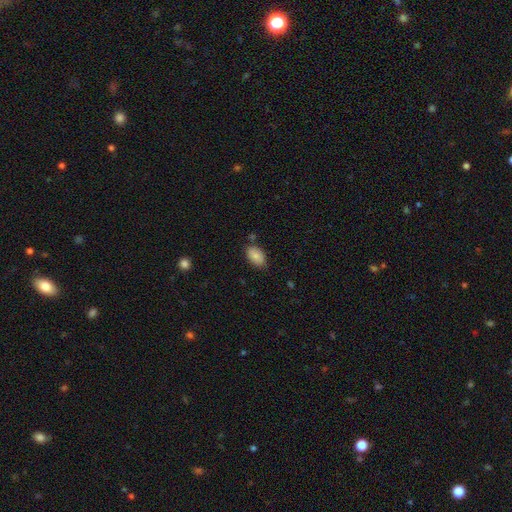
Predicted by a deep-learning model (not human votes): Overall: smooth (86%). How rounded: in between (93%). Merging: none (78%).